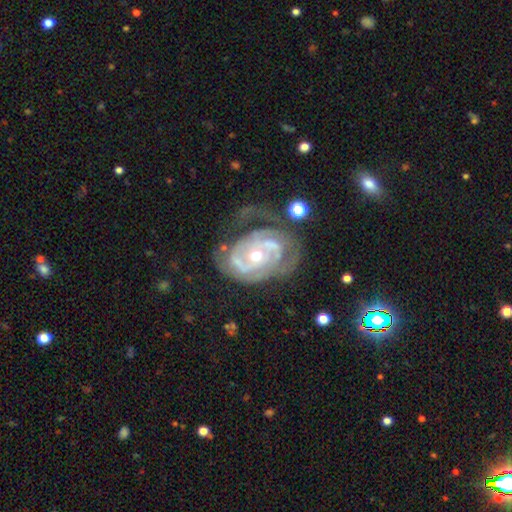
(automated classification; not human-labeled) featured or disk 87%, smooth 8%, star or artifact 5%. Down the decision tree: edge-on disk — no (97%); bar — no (68%); spiral arms — yes (90%); spiral arm count — 2 (38%); spiral winding — tight (60%); bulge size — moderate (56%); merging — none (41%).